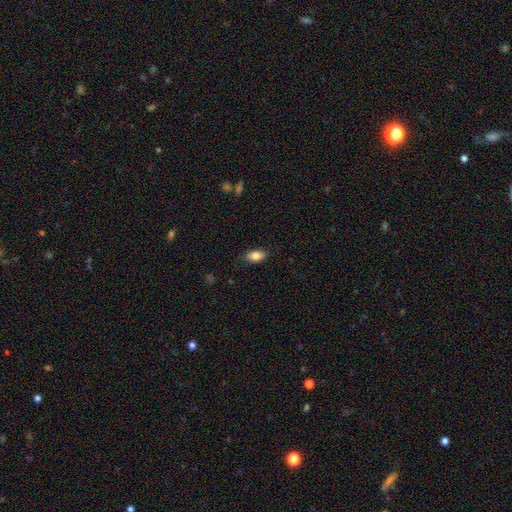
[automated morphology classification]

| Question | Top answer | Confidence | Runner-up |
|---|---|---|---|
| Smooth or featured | smooth | 82% | featured or disk (11%) |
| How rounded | in between | 89% | round (6%) |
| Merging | none | 85% | minor disturbance (11%) |